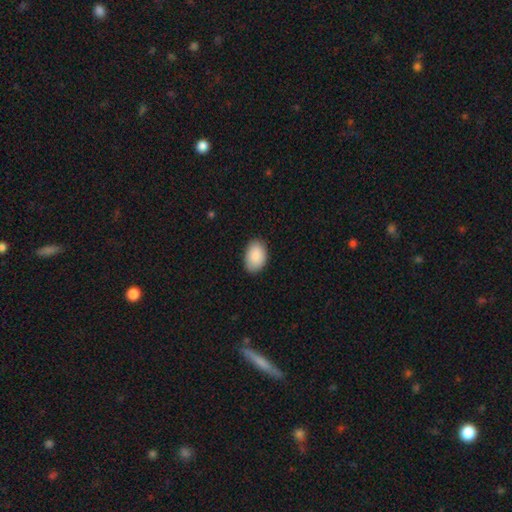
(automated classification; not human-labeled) smooth-or-featured: smooth: 89% | star or artifact: 6% | featured or disk: 5%
  how-rounded: in between: 89% | round: 10% | cigar-shaped: 1%
  merging: none: 86% | minor disturbance: 11% | major disturbance: 2% | merger: 1%